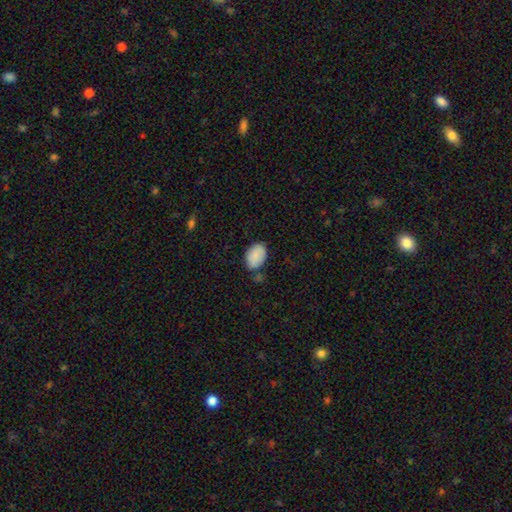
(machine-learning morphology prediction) This appears to be a smooth galaxy with no disk features (87%) that is in between round and cigar-shaped (88%). Merging: none (68%).